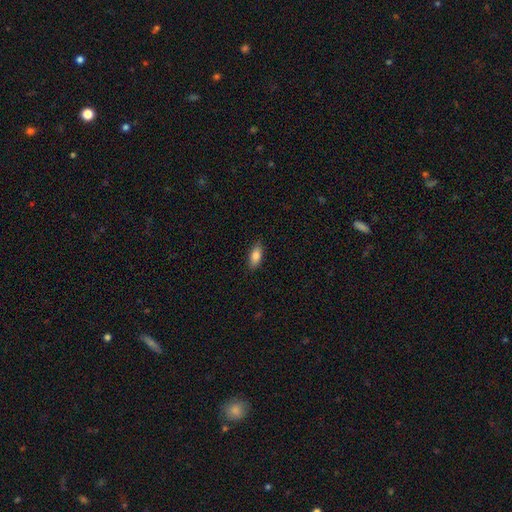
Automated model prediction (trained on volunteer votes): smooth_or_featured: smooth (p=0.85) [alt: featured or disk p=0.08]
how_rounded: in between (p=0.85) [alt: cigar-shaped p=0.13]
merging: none (p=0.86) [alt: minor disturbance p=0.11]